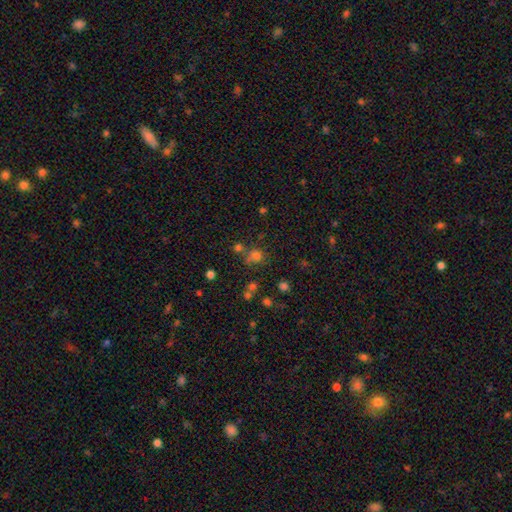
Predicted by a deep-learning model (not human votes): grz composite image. It shows a smooth galaxy with no disk features (68%) that is round (75%). Merging: none (57%).